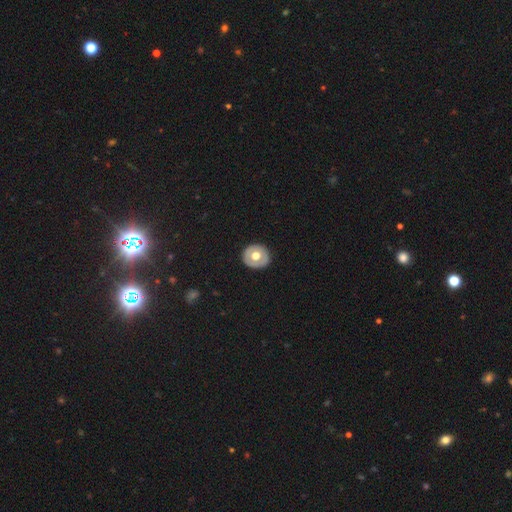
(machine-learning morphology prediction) This appears to be a smooth galaxy with no disk features (52%) that is round (85%). Merging: none (88%).